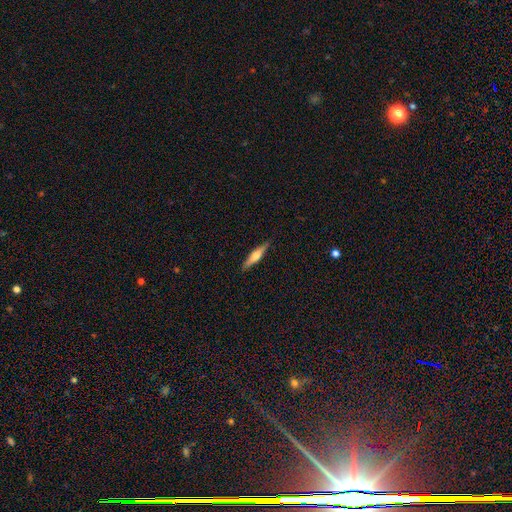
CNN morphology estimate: The model was most divided on "smooth or featured": featured or disk: 56%, smooth: 39%, star or artifact: 6%. More confident: edge-on disk — yes (96%); merging — none (89%); edge-on bulge — rounded (85%).